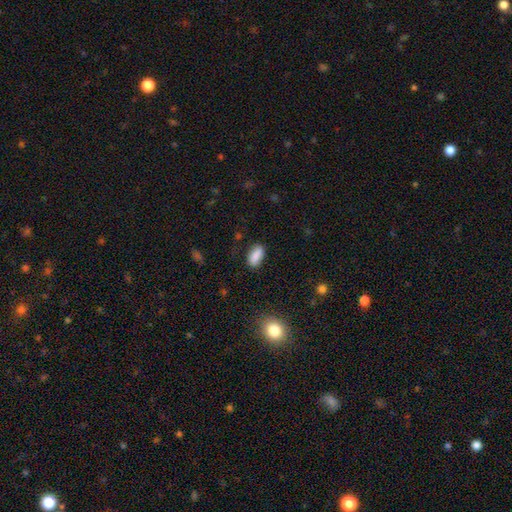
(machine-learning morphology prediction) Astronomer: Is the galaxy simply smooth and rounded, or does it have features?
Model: smooth — 85%.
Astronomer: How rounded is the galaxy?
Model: in between — 89%.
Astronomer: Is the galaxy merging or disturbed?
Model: none — 81%.